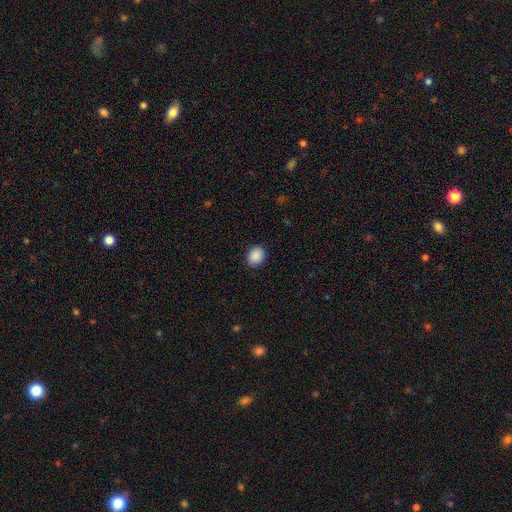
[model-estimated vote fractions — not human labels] smooth_or_featured: smooth (p=0.90) [alt: star or artifact p=0.08]
how_rounded: round (p=0.56) [alt: in between p=0.43]
merging: none (p=0.86) [alt: minor disturbance p=0.10]